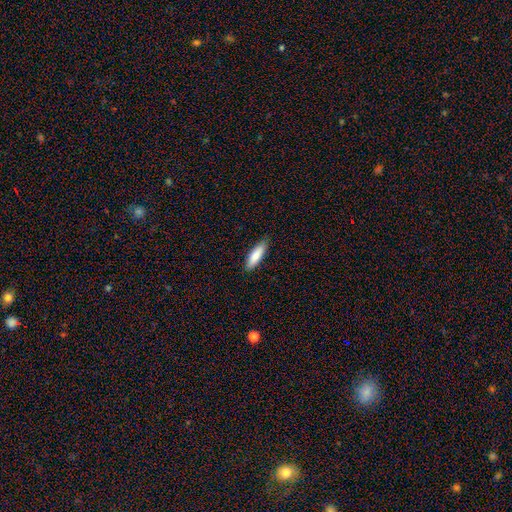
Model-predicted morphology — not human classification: smooth-or-featured: smooth: 83% | featured or disk: 11% | star or artifact: 6%
  how-rounded: cigar-shaped: 54% | in between: 45% | round: 1%
  merging: none: 87% | minor disturbance: 11% | major disturbance: 2% | merger: 1%